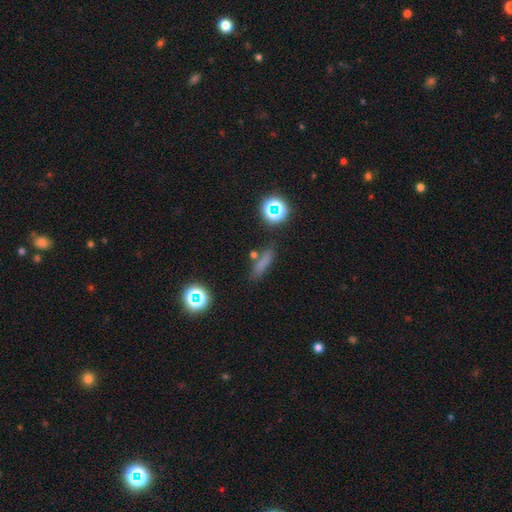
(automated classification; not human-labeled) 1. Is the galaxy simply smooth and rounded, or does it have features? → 63% smooth, 23% star or artifact, 14% featured or disk.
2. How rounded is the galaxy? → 72% cigar-shaped, 19% in between, 9% round.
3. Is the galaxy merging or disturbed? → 79% none, 12% minor disturbance, 5% merger, 4% major disturbance.